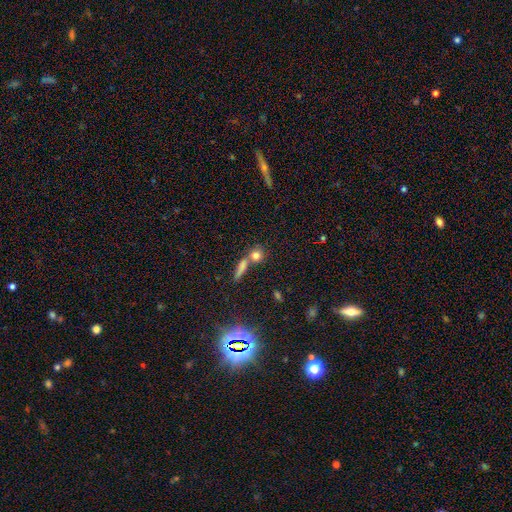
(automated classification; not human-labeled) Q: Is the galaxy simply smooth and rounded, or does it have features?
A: smooth — 76%.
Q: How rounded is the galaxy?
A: round — 77%.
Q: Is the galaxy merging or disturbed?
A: none — 58%.